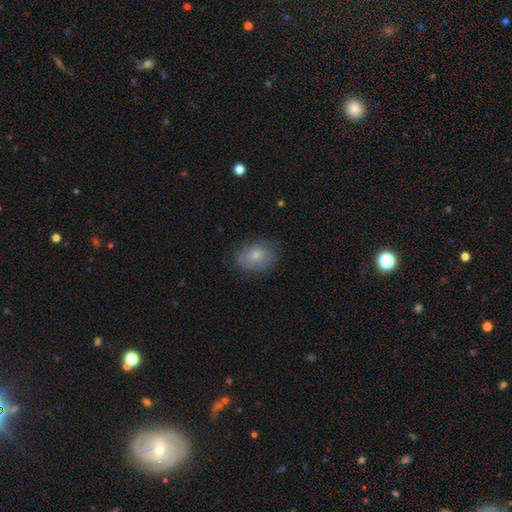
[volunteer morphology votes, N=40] type=smooth (57%); roundness=in between (70%); merging=none (76%).